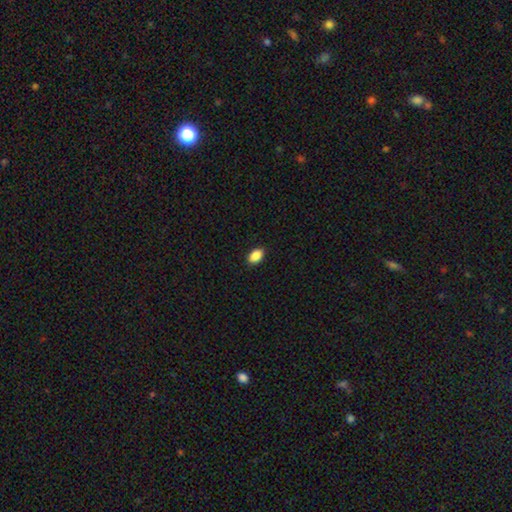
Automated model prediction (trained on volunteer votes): smooth_or_featured: smooth (p=0.89) [alt: star or artifact p=0.08]
how_rounded: in between (p=0.90) [alt: round p=0.08]
merging: none (p=0.90) [alt: minor disturbance p=0.08]